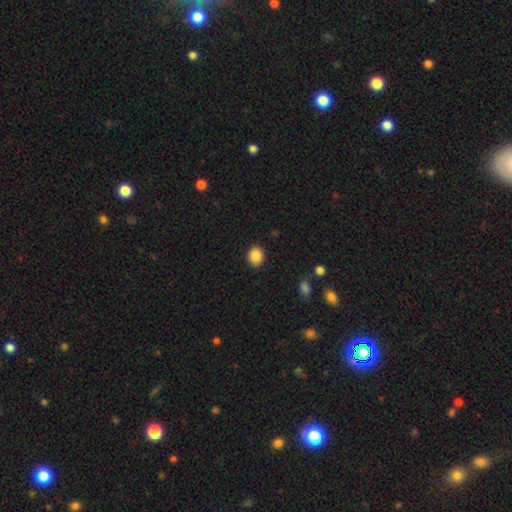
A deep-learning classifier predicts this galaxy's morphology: This is clearly a smooth galaxy (88%). How rounded: likely round (62%). Merging: clearly none (89%).